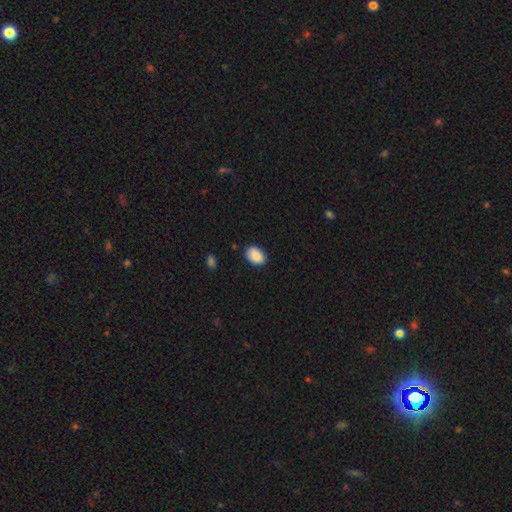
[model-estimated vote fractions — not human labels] Smooth or featured? smooth (89%)
How rounded? in between (83%)
Merging? none (85%)